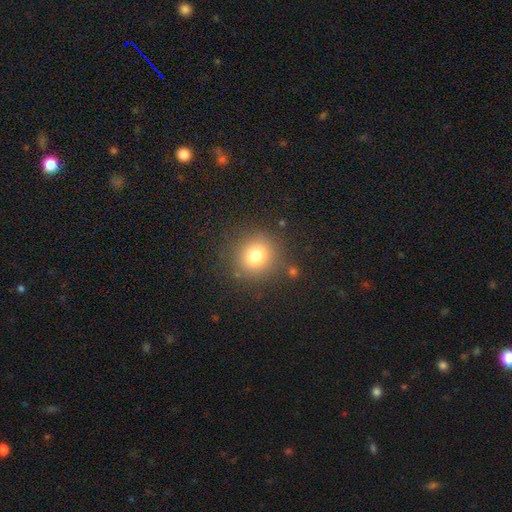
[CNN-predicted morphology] Smooth or featured?
  - smooth: 79% *
  - star or artifact: 13%
  - featured or disk: 9%
How rounded?
  - round: 87% *
  - in between: 12%
  - cigar-shaped: 1%
Merging?
  - none: 84% *
  - minor disturbance: 9%
  - major disturbance: 4%
  - merger: 3%